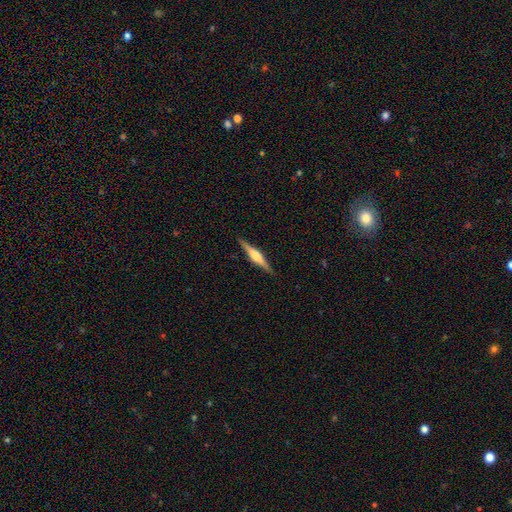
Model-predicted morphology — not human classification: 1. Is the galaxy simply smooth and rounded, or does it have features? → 74% featured or disk, 21% smooth, 5% star or artifact.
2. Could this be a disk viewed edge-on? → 98% yes, 2% no.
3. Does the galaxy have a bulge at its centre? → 78% rounded, 17% boxy, 4% none.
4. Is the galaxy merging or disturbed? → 91% none, 7% minor disturbance, 1% major disturbance, 1% merger.